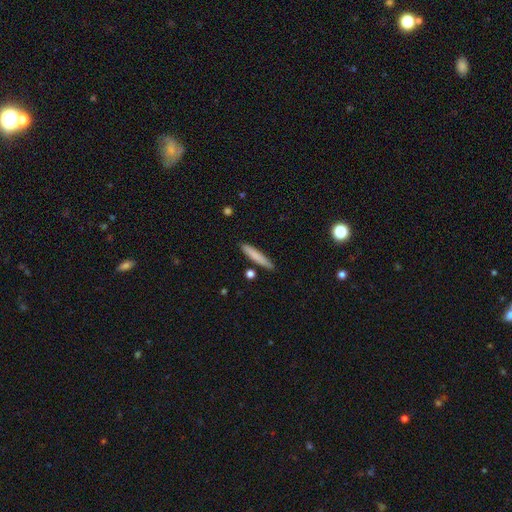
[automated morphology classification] This appears to be a smooth galaxy with no disk features (78%) that is cigar-shaped (93%). Merging: none (86%).